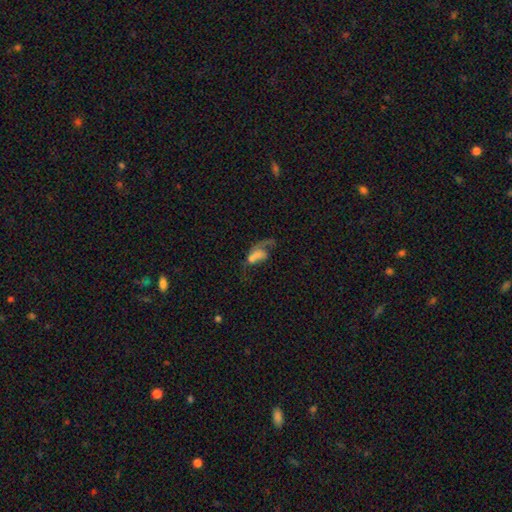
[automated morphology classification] smooth 44%, featured or disk 42%, star or artifact 14%. Down the decision tree: merging — major disturbance (49%).